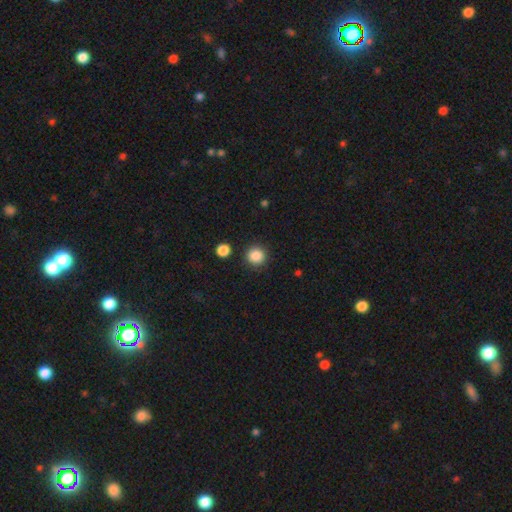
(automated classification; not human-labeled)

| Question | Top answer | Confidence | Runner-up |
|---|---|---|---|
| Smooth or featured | smooth | 87% | star or artifact (10%) |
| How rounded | round | 93% | in between (6%) |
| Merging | none | 88% | minor disturbance (6%) |